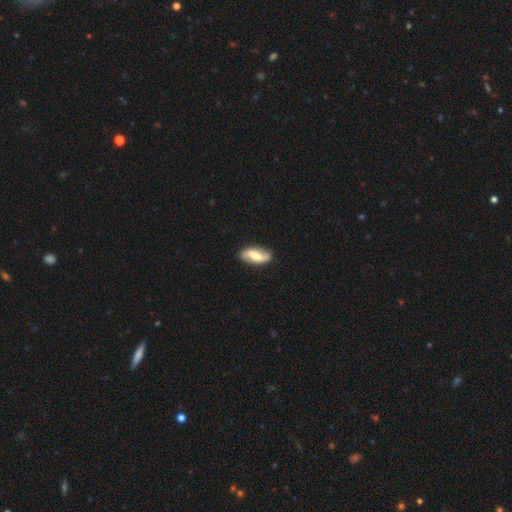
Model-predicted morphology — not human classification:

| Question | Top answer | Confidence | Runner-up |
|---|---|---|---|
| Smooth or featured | featured or disk | 63% | smooth (31%) |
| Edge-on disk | no | 92% | yes (8%) |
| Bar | strong | 45% | weak (37%) |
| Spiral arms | yes | 85% | no (15%) |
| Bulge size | moderate | 42% | large (26%) |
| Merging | none | 85% | minor disturbance (11%) |